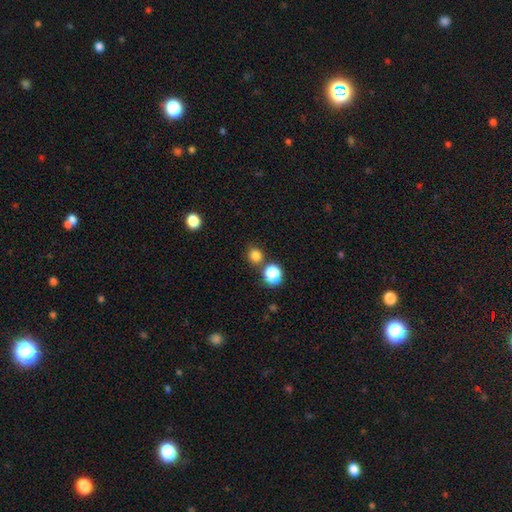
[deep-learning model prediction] A smooth galaxy with no disk features (79%) that is round (87%).

Vote fractions:
- Smooth or featured? smooth: 79% / star or artifact: 16% / featured or disk: 4%
- How rounded? round: 87% / in between: 12% / cigar-shaped: 1%
- Merging? none: 77% / merger: 12% / minor disturbance: 8% / major disturbance: 3%